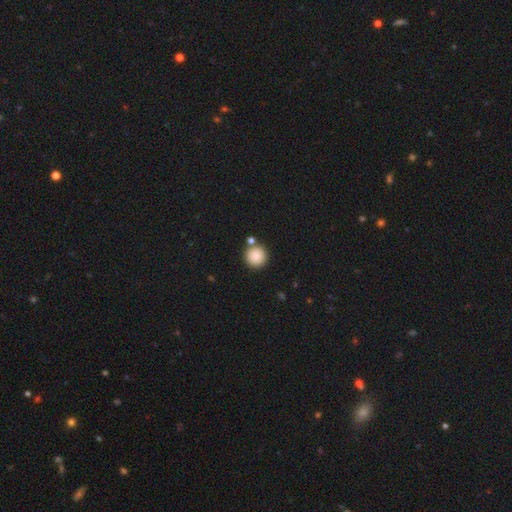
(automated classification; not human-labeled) Q: Smooth or featured?
A: smooth (87%); runner-up: star or artifact (9%)
Q: How rounded?
A: round (95%); runner-up: in between (4%)
Q: Merging?
A: none (80%); runner-up: merger (11%)